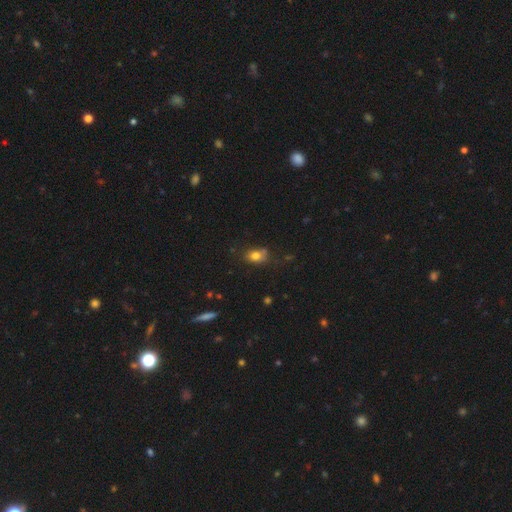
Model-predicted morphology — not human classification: Smooth or featured: smooth — 78% (star or artifact — 12%)
How rounded: in between — 64% (round — 34%)
Merging: none — 62% (minor disturbance — 20%)